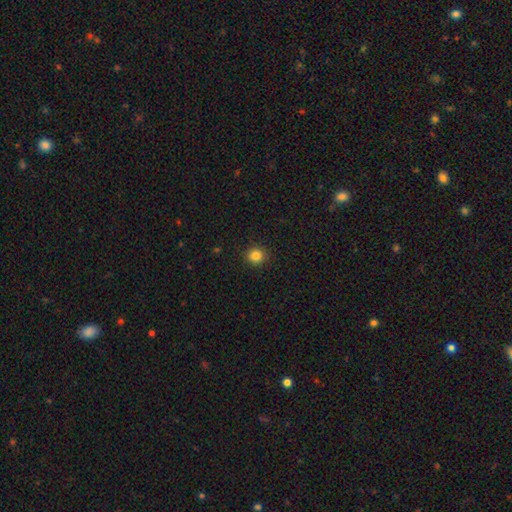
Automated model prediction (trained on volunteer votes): Smooth or featured? Predicted: smooth (p=0.83). How rounded? Predicted: round (p=0.93). Merging? Predicted: none (p=0.92).